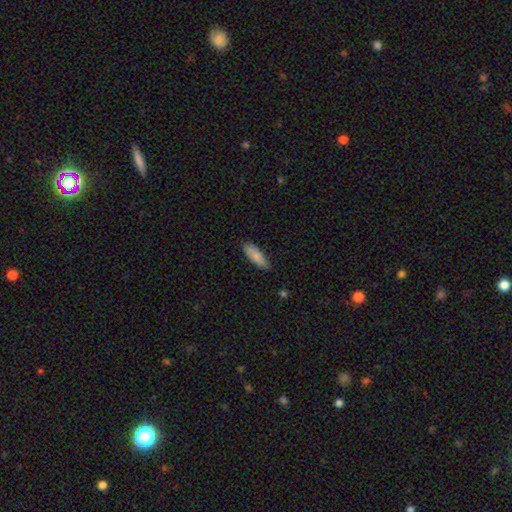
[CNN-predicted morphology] smooth-or-featured: smooth: 83% | featured or disk: 11% | star or artifact: 6%
  how-rounded: in between: 70% | cigar-shaped: 28% | round: 2%
  merging: none: 80% | minor disturbance: 17% | major disturbance: 2% | merger: 1%